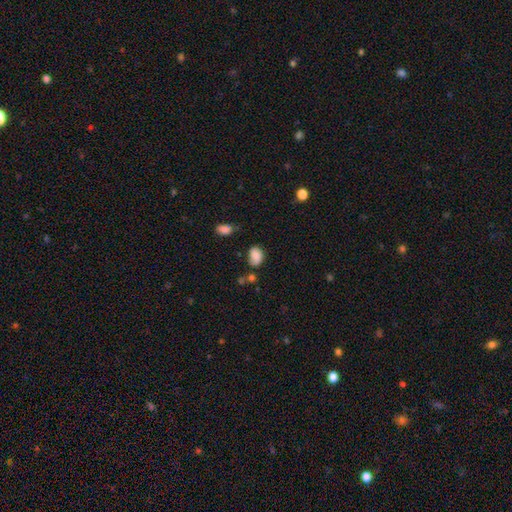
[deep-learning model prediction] smooth-or-featured: smooth: 83% | star or artifact: 10% | featured or disk: 7%
  how-rounded: in between: 81% | round: 18% | cigar-shaped: 1%
  merging: none: 55% | minor disturbance: 28% | major disturbance: 9% | merger: 8%